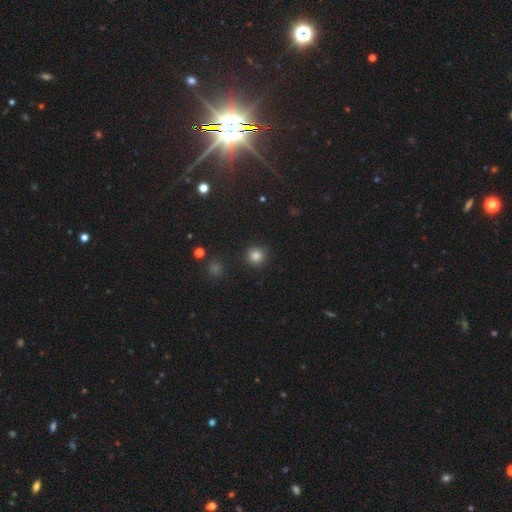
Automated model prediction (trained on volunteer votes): A smooth galaxy with no disk features (83%) that is round (94%).

Vote fractions:
- Smooth or featured? smooth: 83% / star or artifact: 13% / featured or disk: 4%
- How rounded? round: 94% / in between: 5% / cigar-shaped: 1%
- Merging? none: 90% / minor disturbance: 6% / major disturbance: 2% / merger: 2%